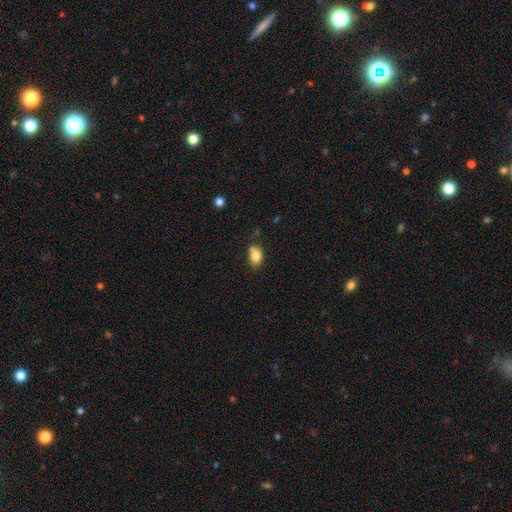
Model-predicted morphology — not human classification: The model was most divided on "merging": none: 58%, minor disturbance: 20%, merger: 17%, major disturbance: 5%. More confident: smooth or featured — smooth (80%); how rounded — in between (72%).